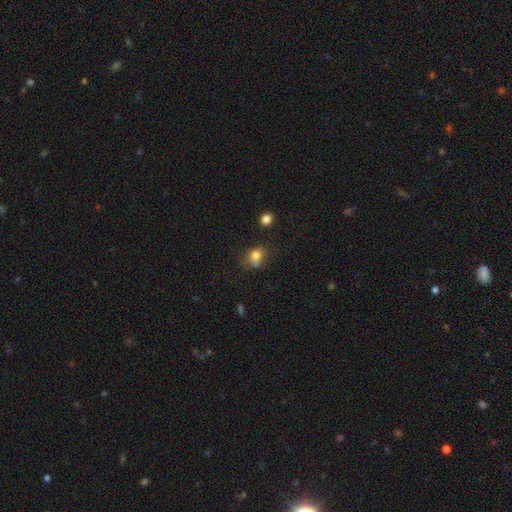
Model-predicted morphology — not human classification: A smooth galaxy with no disk features (76%) that is in between round and cigar-shaped (51%). Merging: none (46%).